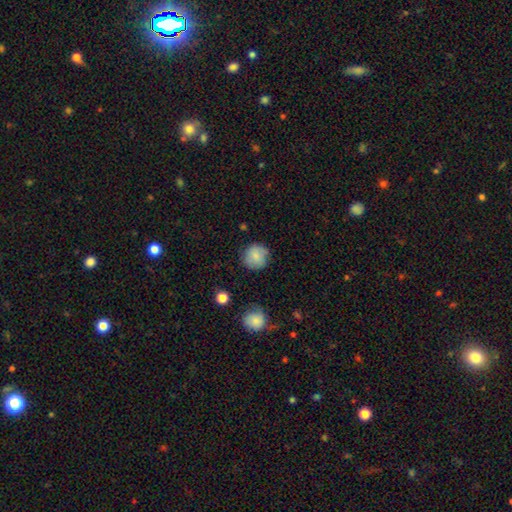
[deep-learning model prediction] Smooth or featured: smooth — 79% (featured or disk — 13%)
How rounded: round — 89% (in between — 10%)
Merging: none — 76% (minor disturbance — 17%)